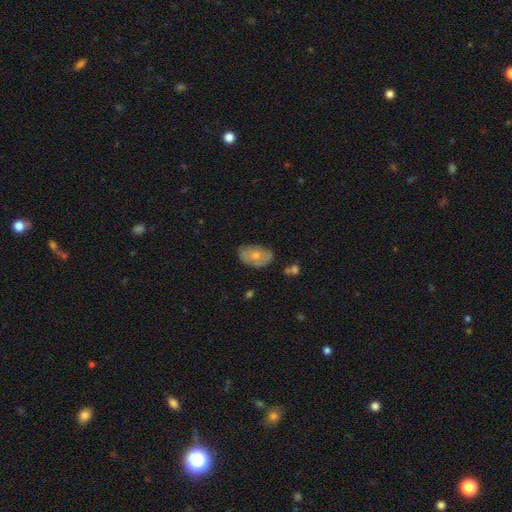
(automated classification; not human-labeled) This appears to be a smooth galaxy with no disk features (58%) that is in between round and cigar-shaped (88%). Merging: none (67%).